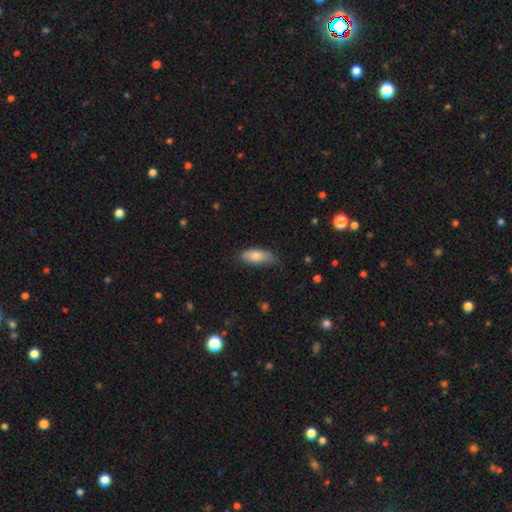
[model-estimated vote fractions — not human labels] The model was most divided on "merging": none: 56%, minor disturbance: 35%, major disturbance: 7%, merger: 2%. More confident: how rounded — in between (77%); smooth or featured — smooth (76%).